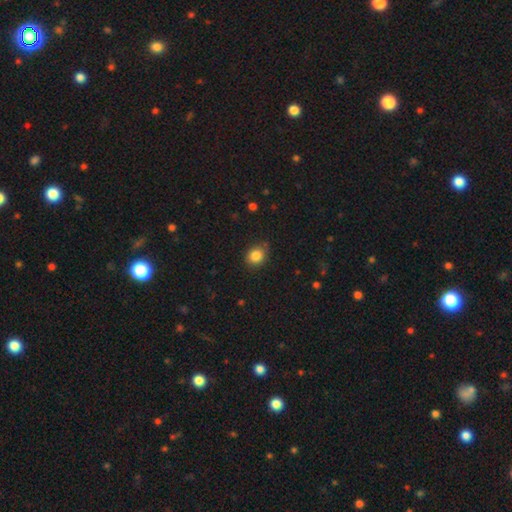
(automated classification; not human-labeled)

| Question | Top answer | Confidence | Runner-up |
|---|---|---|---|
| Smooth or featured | smooth | 85% | star or artifact (10%) |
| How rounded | round | 71% | in between (28%) |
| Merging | none | 80% | minor disturbance (15%) |